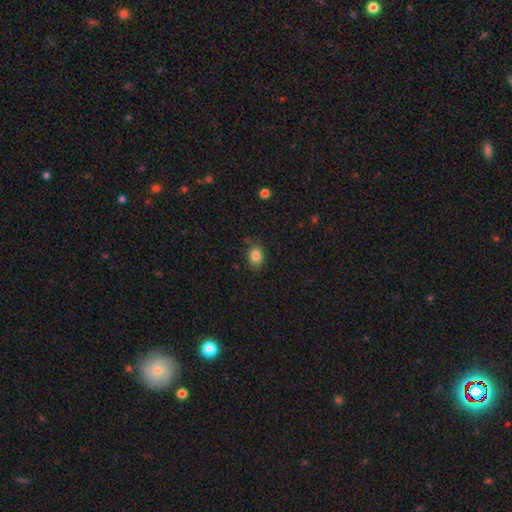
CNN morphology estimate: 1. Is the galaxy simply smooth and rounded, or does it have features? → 84% smooth, 10% star or artifact, 6% featured or disk.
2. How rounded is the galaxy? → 67% in between, 32% round, 1% cigar-shaped.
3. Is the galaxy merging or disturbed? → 82% none, 13% minor disturbance, 3% major disturbance, 2% merger.